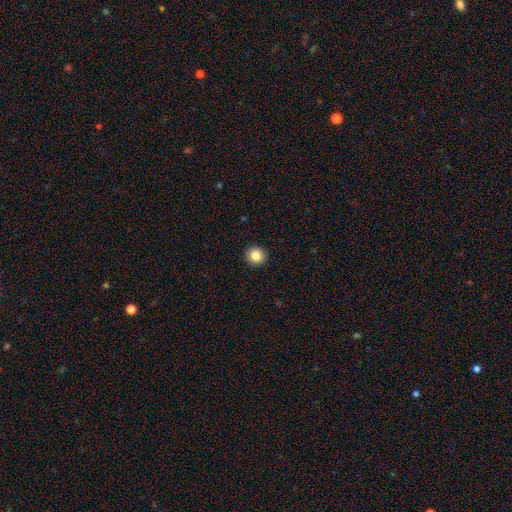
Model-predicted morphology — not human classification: Q: Smooth or featured?
A: smooth (85%); runner-up: star or artifact (10%)
Q: How rounded?
A: round (93%); runner-up: in between (6%)
Q: Merging?
A: none (93%); runner-up: minor disturbance (4%)